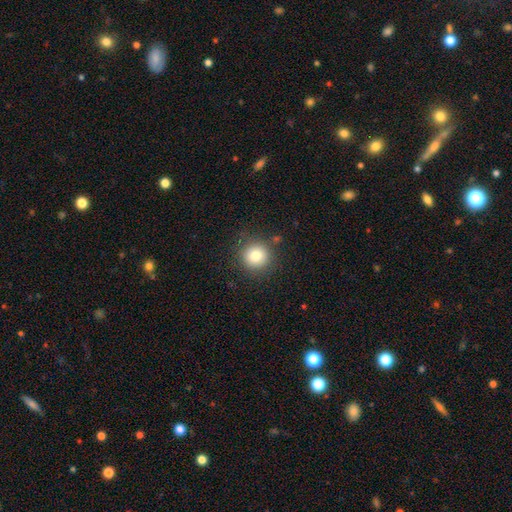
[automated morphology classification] This is likely a smooth galaxy (79%). How rounded: clearly round (94%). Merging: clearly none (86%).